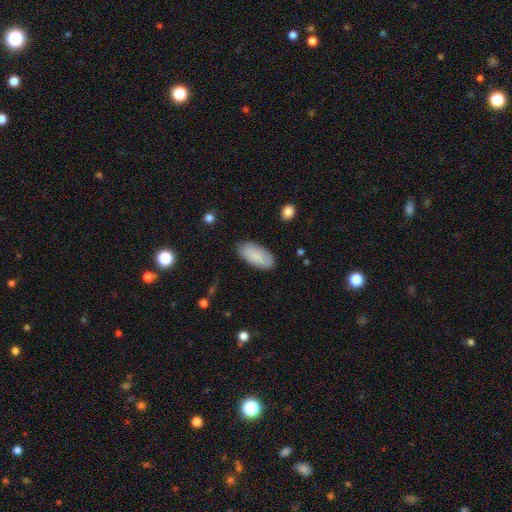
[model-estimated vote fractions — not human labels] This appears to be a smooth galaxy with no disk features (85%) that is in between round and cigar-shaped (91%). Merging: none (85%).